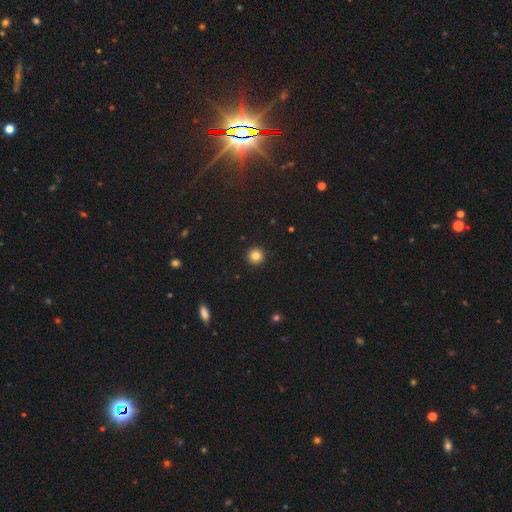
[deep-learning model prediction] Morphology: type=smooth (84%); roundness=round (96%); merging=none (94%).